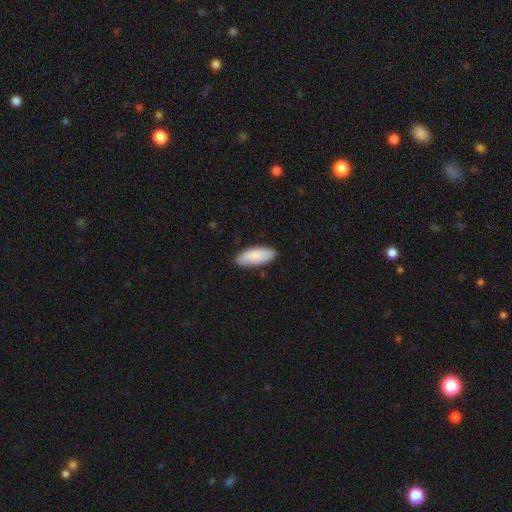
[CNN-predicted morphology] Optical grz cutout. It shows a smooth galaxy with no disk features (88%) that is in between round and cigar-shaped (84%). Merging: none (85%).